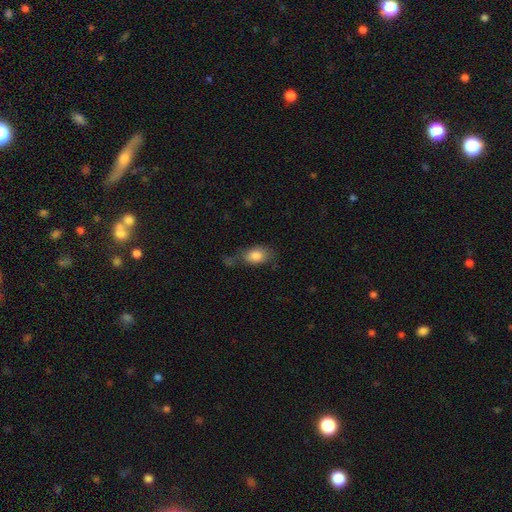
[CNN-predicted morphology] smooth-or-featured: smooth: 83% | featured or disk: 10% | star or artifact: 7%
  how-rounded: in between: 86% | round: 12% | cigar-shaped: 2%
  merging: none: 54% | minor disturbance: 25% | major disturbance: 11% | merger: 9%